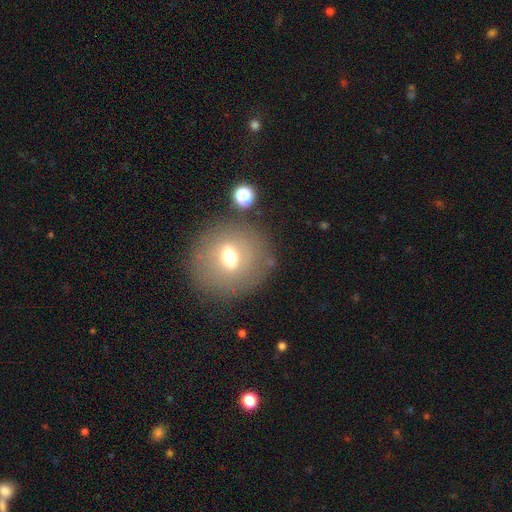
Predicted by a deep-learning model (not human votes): Smooth or featured? smooth (58%)
How rounded? round (85%)
Merging? none (83%)